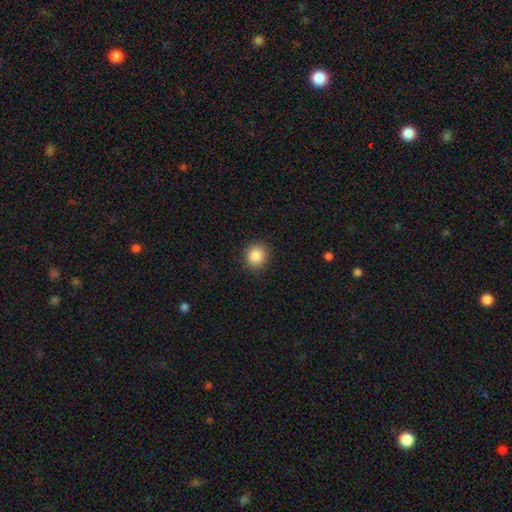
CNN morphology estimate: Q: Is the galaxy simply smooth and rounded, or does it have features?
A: smooth — 87%.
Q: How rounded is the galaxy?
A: round — 84%.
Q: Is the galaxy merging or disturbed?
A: none — 90%.